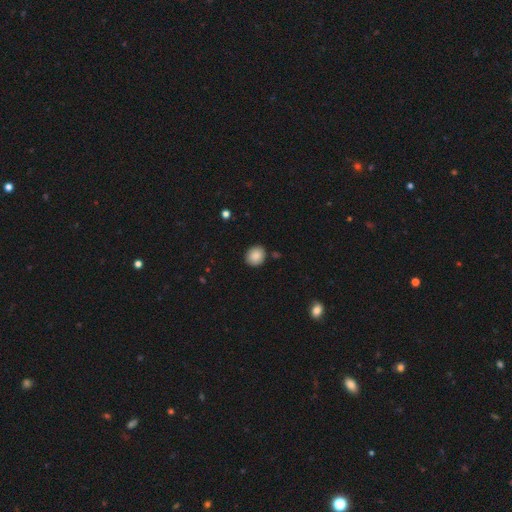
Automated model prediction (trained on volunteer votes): A smooth galaxy with no disk features (88%) that is round (80%). Merging: none (87%).